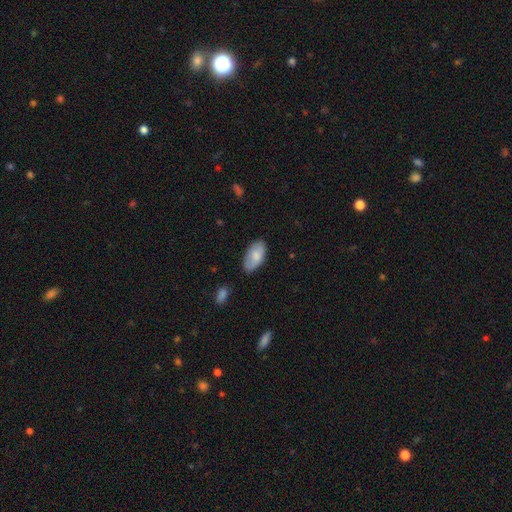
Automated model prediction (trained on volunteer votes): Overall: smooth (78%). How rounded: in between (95%). Merging: none (75%).